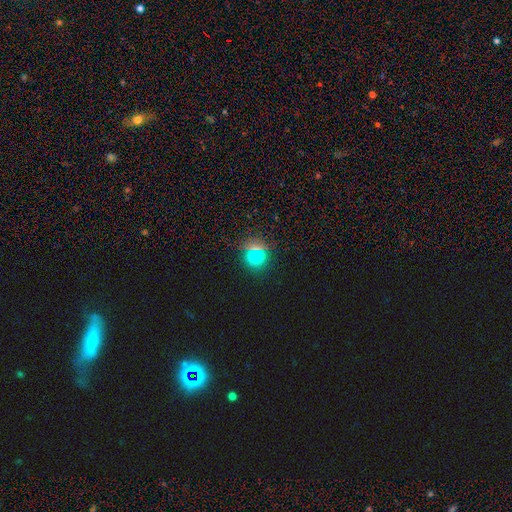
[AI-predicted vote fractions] Morphology: type=smooth (69%); roundness=round (90%); merging=none (85%).